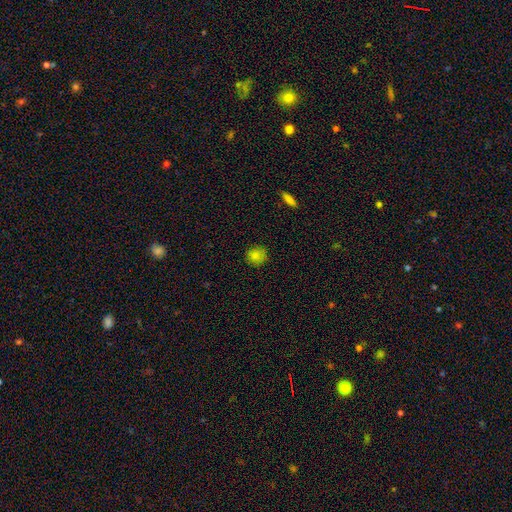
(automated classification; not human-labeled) Smooth or featured?
  - smooth: 83% *
  - star or artifact: 12%
  - featured or disk: 5%
How rounded?
  - round: 88% *
  - in between: 11%
  - cigar-shaped: 1%
Merging?
  - none: 86% *
  - minor disturbance: 11%
  - major disturbance: 2%
  - merger: 1%